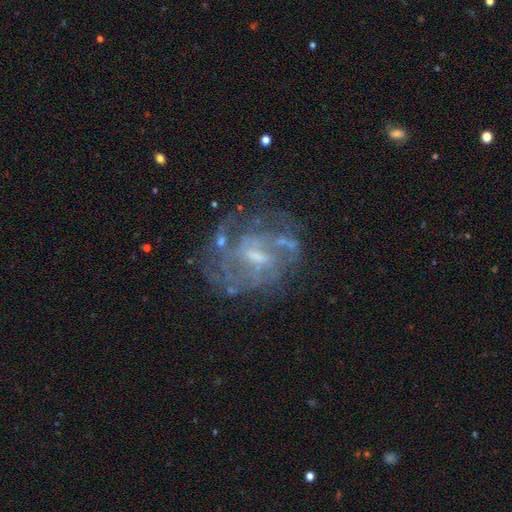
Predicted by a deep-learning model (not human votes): smooth_or_featured: featured or disk (p=0.82) [alt: smooth p=0.09]
disk_edge_on: no (p=0.97) [alt: yes p=0.03]
bar: weak (p=0.57) [alt: no p=0.28]
has_spiral_arms: yes (p=0.80) [alt: no p=0.20]
spiral_winding: medium (p=0.42) [alt: tight p=0.41]
spiral_arm_count: can't tell (p=0.42) [alt: 2 p=0.22]
bulge_size: small (p=0.45) [alt: moderate p=0.35]
merging: none (p=0.60) [alt: minor disturbance p=0.18]